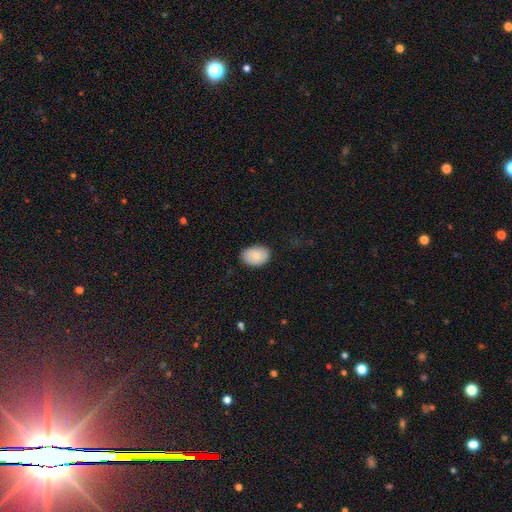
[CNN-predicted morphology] The model was most divided on "how rounded": in between: 82%, round: 17%, cigar-shaped: 1%. More confident: smooth or featured — smooth (84%); merging — none (83%).